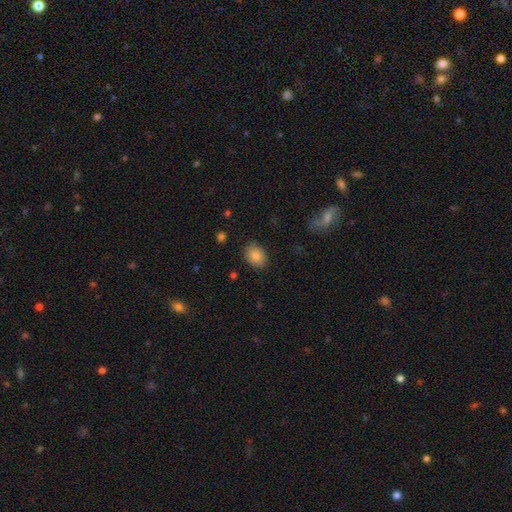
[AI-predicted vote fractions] smooth 84%, star or artifact 9%, featured or disk 7%. Down the decision tree: how rounded — in between (61%); merging — none (86%).